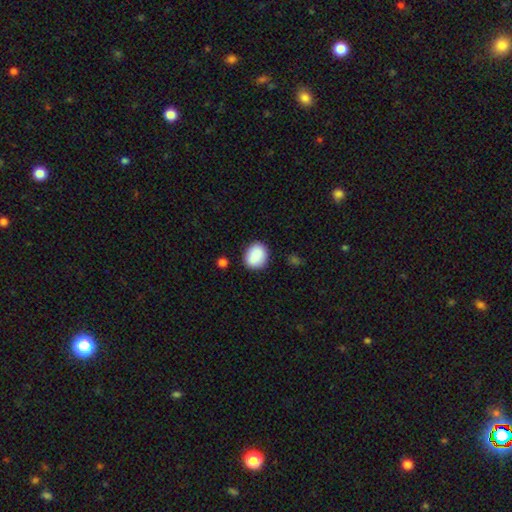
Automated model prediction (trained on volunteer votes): Smooth or featured?
  - smooth: 86% *
  - star or artifact: 7%
  - featured or disk: 6%
How rounded?
  - round: 52% *
  - in between: 47%
  - cigar-shaped: 1%
Merging?
  - none: 82% *
  - minor disturbance: 12%
  - major disturbance: 3%
  - merger: 2%